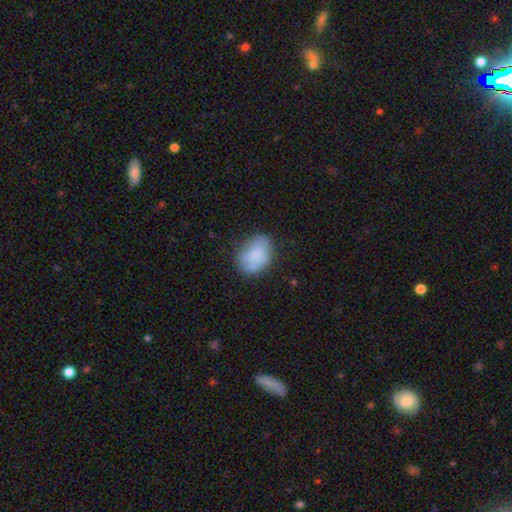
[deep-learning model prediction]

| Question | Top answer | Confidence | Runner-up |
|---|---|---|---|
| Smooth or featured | smooth | 78% | featured or disk (15%) |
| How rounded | in between | 73% | round (26%) |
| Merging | none | 63% | minor disturbance (26%) |